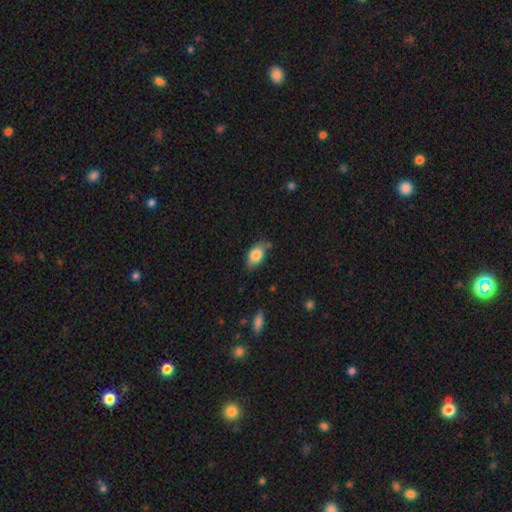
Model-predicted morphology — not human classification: Smooth or featured?
  - smooth: 82% *
  - featured or disk: 10%
  - star or artifact: 7%
How rounded?
  - in between: 89% *
  - round: 8%
  - cigar-shaped: 3%
Merging?
  - none: 72% *
  - minor disturbance: 21%
  - major disturbance: 4%
  - merger: 4%